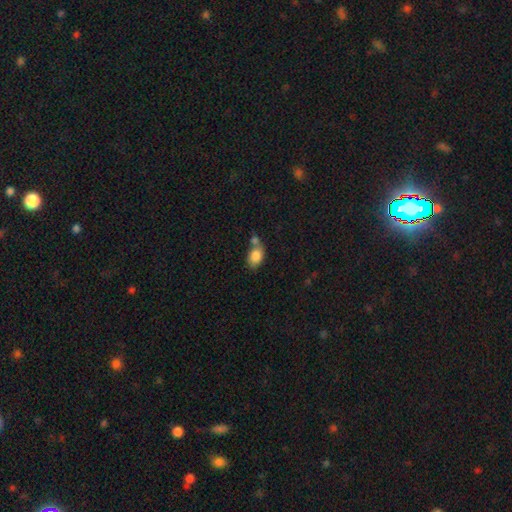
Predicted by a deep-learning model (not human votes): Smooth or featured? Predicted: smooth (p=0.84). How rounded? Predicted: in between (p=0.80). Merging? Predicted: none (p=0.41).